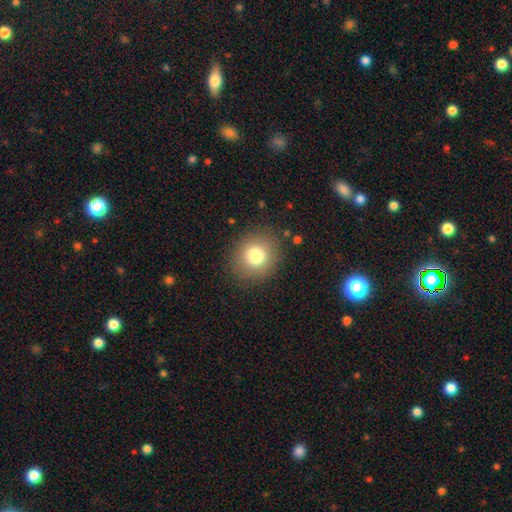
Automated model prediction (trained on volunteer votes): Smooth or featured?
  - smooth: 79% *
  - star or artifact: 12%
  - featured or disk: 10%
How rounded?
  - round: 86% *
  - in between: 13%
  - cigar-shaped: 1%
Merging?
  - none: 88% *
  - minor disturbance: 8%
  - major disturbance: 3%
  - merger: 1%